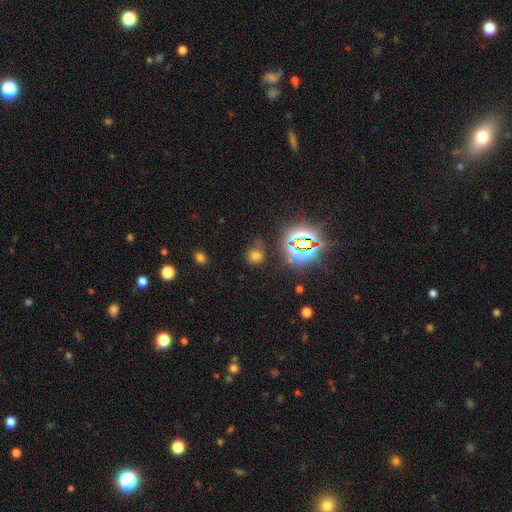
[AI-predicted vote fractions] Overall: smooth (59%; star or artifact 33%). How rounded: round (74%). Merging: none (64%).